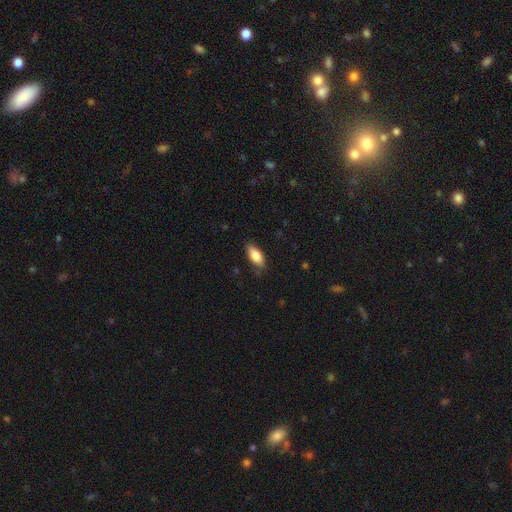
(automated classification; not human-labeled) Smooth or featured? smooth (82%)
How rounded? in between (84%)
Merging? none (79%)